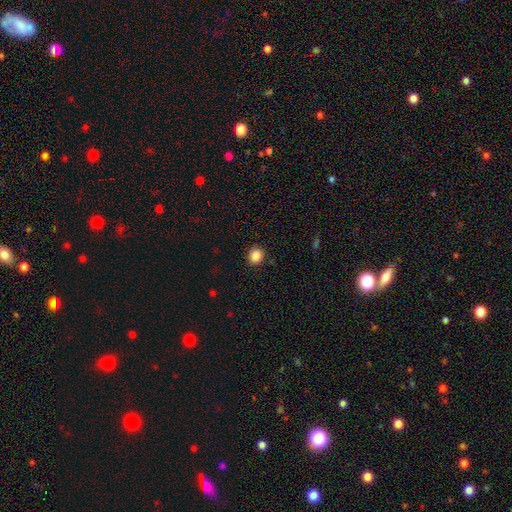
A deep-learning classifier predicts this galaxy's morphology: The model was most divided on "how rounded": round: 74%, in between: 25%, cigar-shaped: 1%. More confident: merging — none (91%); smooth or featured — smooth (86%).